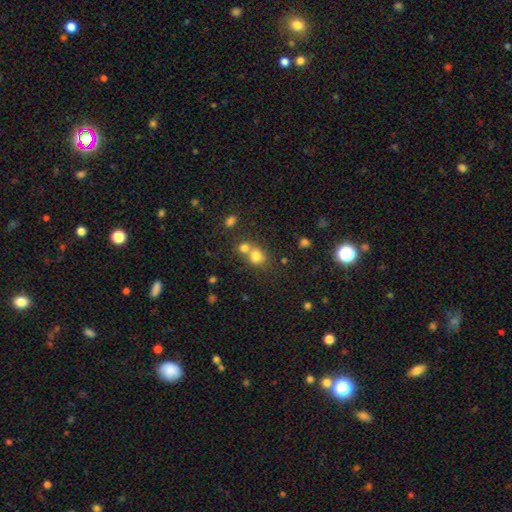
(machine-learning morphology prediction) This is likely a smooth galaxy (76%). How rounded: likely round (67%). Merging: possibly merger (54%).